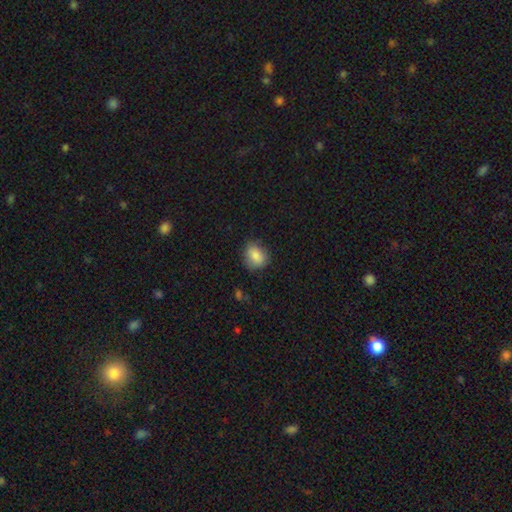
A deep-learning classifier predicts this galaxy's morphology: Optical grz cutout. It shows a smooth galaxy with no disk features (85%) that is in between round and cigar-shaped (54%). Merging: none (73%).